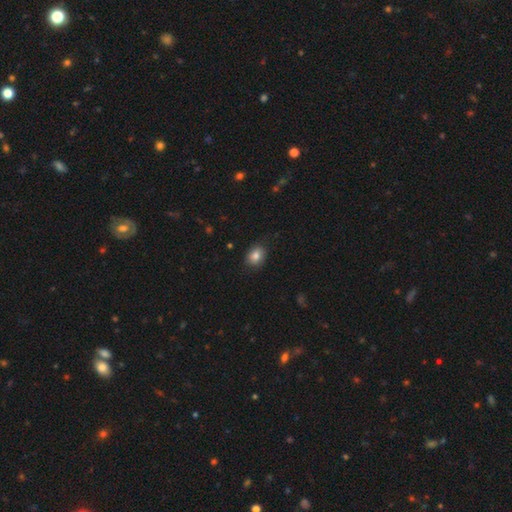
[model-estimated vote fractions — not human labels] Overall: smooth (84%). How rounded: in between (56%; round 43%). Merging: none (82%).